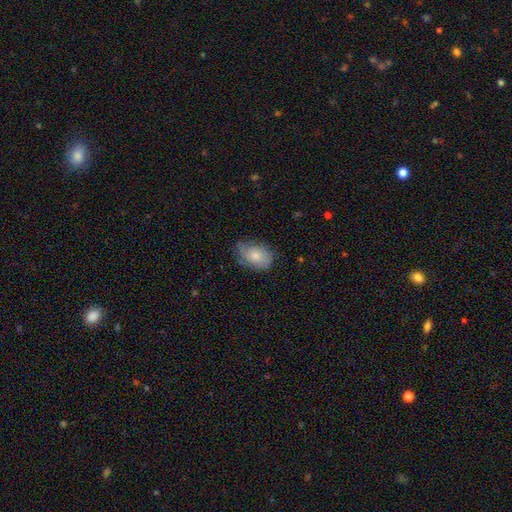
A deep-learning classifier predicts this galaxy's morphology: smooth-or-featured: smooth: 69% | featured or disk: 24% | star or artifact: 7%
  how-rounded: in between: 87% | round: 11% | cigar-shaped: 1%
  merging: none: 59% | minor disturbance: 32% | major disturbance: 8% | merger: 2%